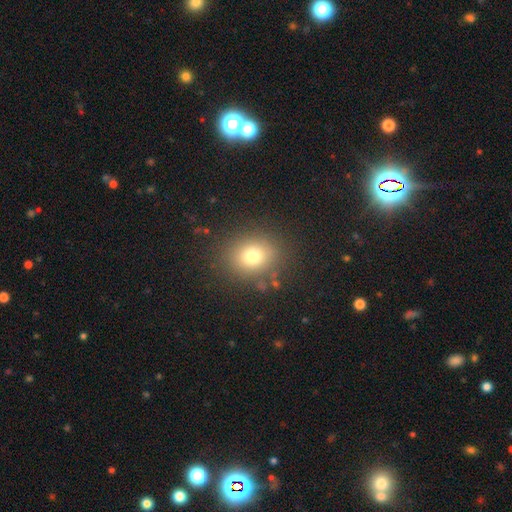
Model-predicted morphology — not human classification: Smooth or featured?
  - smooth: 76% *
  - star or artifact: 14%
  - featured or disk: 10%
How rounded?
  - round: 67% *
  - in between: 32%
  - cigar-shaped: 1%
Merging?
  - none: 83% *
  - minor disturbance: 10%
  - major disturbance: 5%
  - merger: 2%